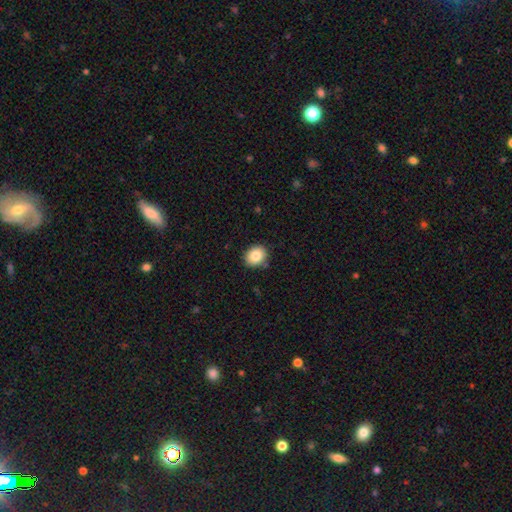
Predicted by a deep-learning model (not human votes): smooth-or-featured: smooth: 84% | star or artifact: 9% | featured or disk: 7%
  how-rounded: round: 60% | in between: 39% | cigar-shaped: 1%
  merging: none: 86% | minor disturbance: 10% | major disturbance: 2% | merger: 2%